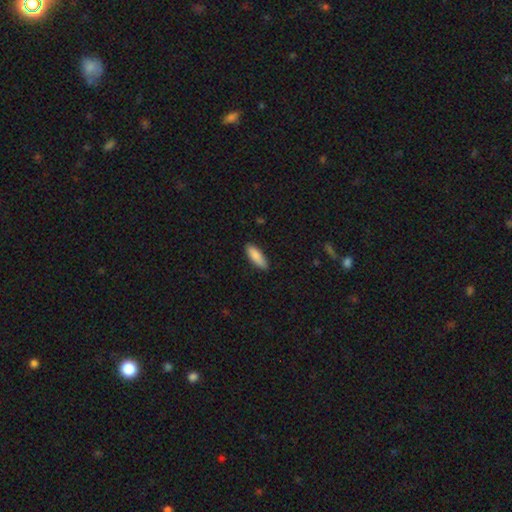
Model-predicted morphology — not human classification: This is clearly a smooth galaxy (88%). How rounded: likely in between (60%). Merging: clearly none (86%).